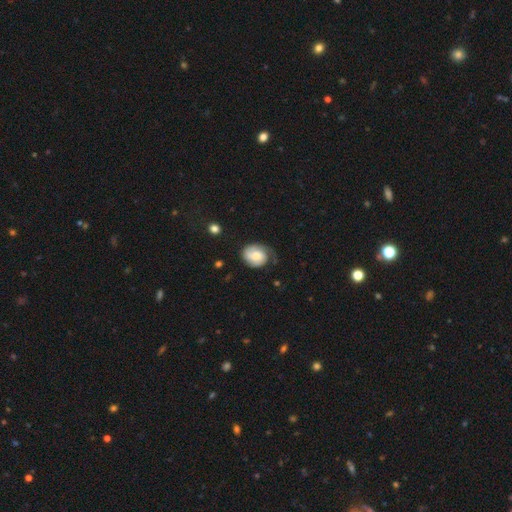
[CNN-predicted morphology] Smooth or featured? featured or disk (53%)
Edge-on disk? no (97%)
Bar? no (64%)
Spiral arms? yes (90%)
Bulge size? moderate (41%)
Merging? none (56%)